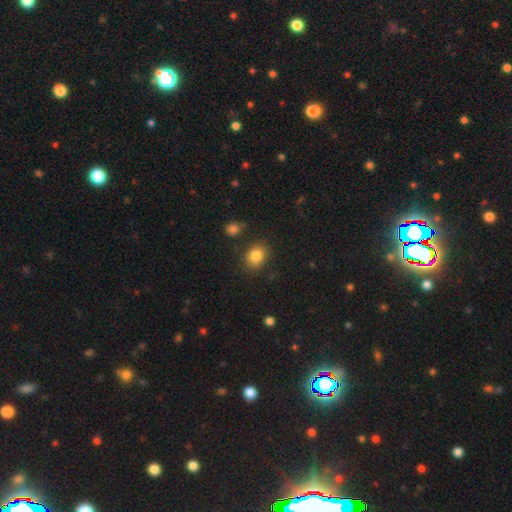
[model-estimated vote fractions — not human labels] Smooth or featured? Predicted: smooth (p=0.84). How rounded? Predicted: in between (p=0.52). Merging? Predicted: none (p=0.83).